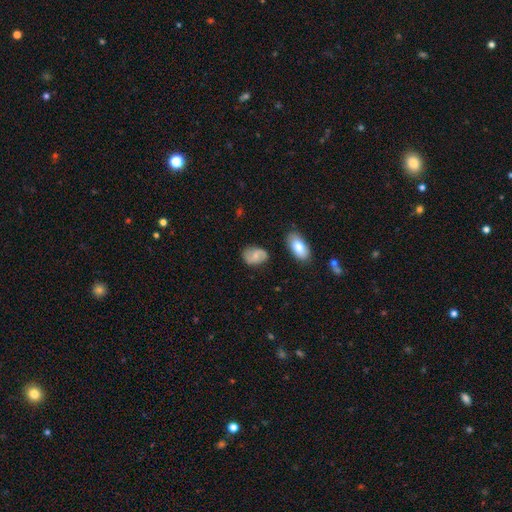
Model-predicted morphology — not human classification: A smooth galaxy with no disk features (49%). Merging: none (75%).